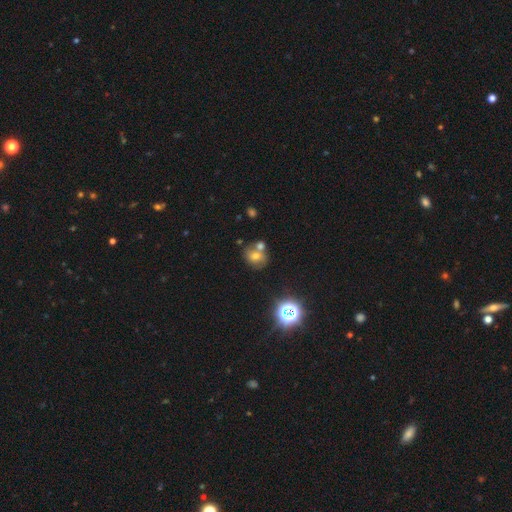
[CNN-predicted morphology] The model was most divided on "merging": none: 48%, merger: 36%, minor disturbance: 11%, major disturbance: 4%. More confident: how rounded — round (65%); smooth or featured — smooth (57%).